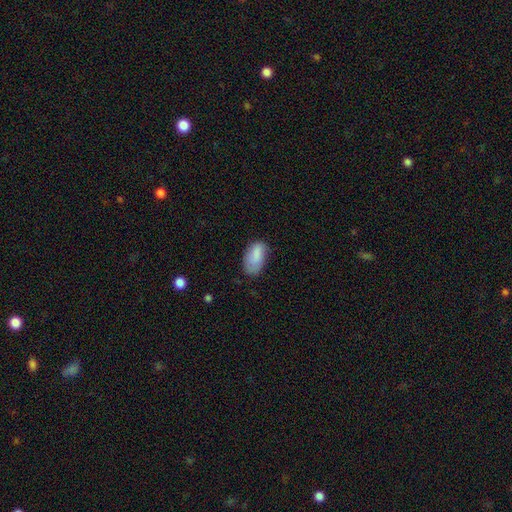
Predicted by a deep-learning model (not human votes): smooth-or-featured: smooth: 83% | featured or disk: 9% | star or artifact: 7%
  how-rounded: in between: 94% | round: 4% | cigar-shaped: 3%
  merging: none: 59% | minor disturbance: 30% | major disturbance: 9% | merger: 2%